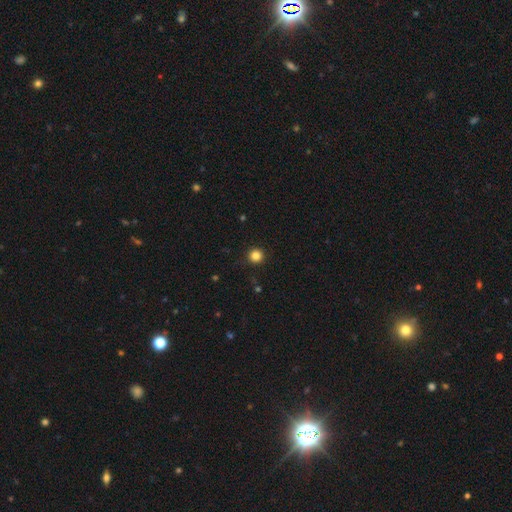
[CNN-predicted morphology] Smooth or featured? smooth (84%)
How rounded? round (95%)
Merging? none (92%)